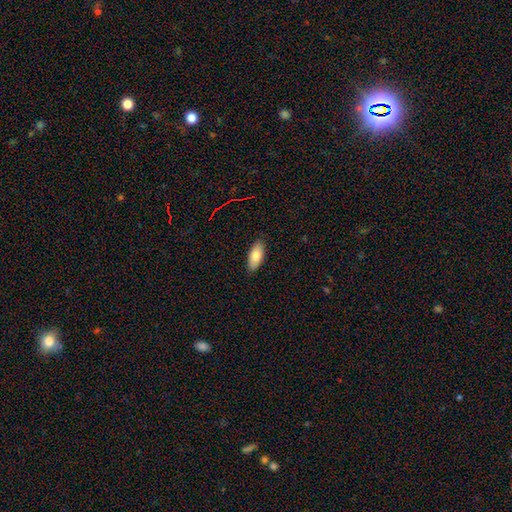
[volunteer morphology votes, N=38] type=smooth (84%); roundness=in between (78%); merging=none (86%).